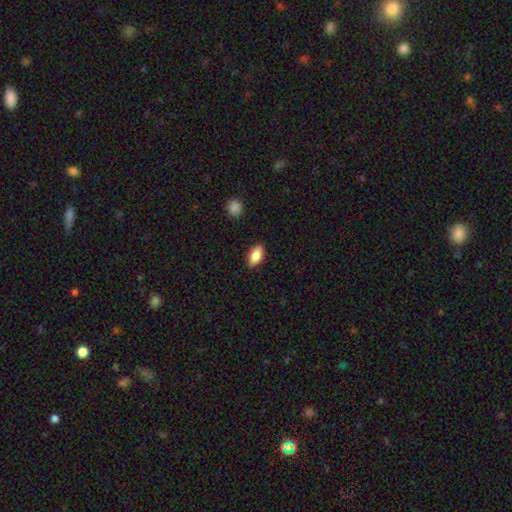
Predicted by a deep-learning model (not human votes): Q: Smooth or featured?
A: smooth (85%); runner-up: featured or disk (9%)
Q: How rounded?
A: in between (90%); runner-up: cigar-shaped (7%)
Q: Merging?
A: none (88%); runner-up: minor disturbance (9%)